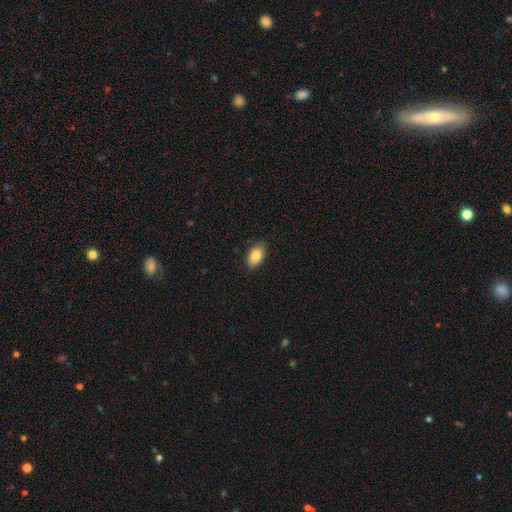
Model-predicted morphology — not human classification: A smooth galaxy with no disk features (81%) that is in between round and cigar-shaped (92%).

Vote fractions:
- Smooth or featured? smooth: 81% / featured or disk: 11% / star or artifact: 7%
- How rounded? in between: 92% / round: 6% / cigar-shaped: 2%
- Merging? none: 85% / minor disturbance: 12% / major disturbance: 2% / merger: 1%